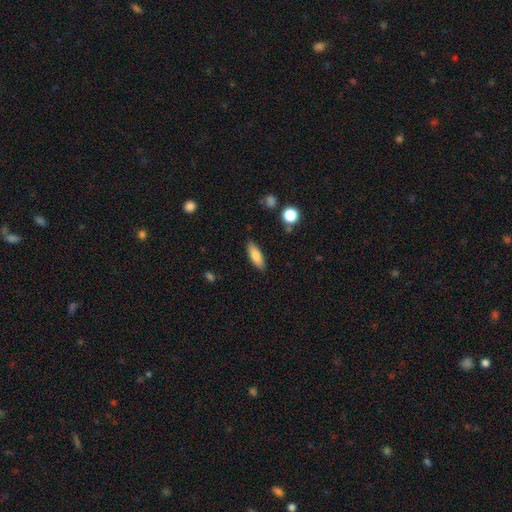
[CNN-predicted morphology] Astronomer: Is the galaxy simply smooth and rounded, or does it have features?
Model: smooth — 82%.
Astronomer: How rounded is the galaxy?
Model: in between — 58% (runner-up: cigar-shaped, 40%).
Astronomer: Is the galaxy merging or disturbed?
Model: none — 87%.